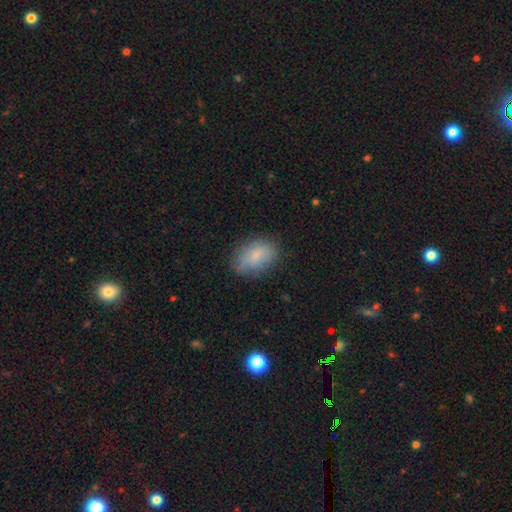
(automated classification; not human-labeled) smooth_or_featured: smooth (p=0.78) [alt: featured or disk p=0.15]
how_rounded: in between (p=0.87) [alt: round p=0.11]
merging: none (p=0.71) [alt: minor disturbance p=0.22]